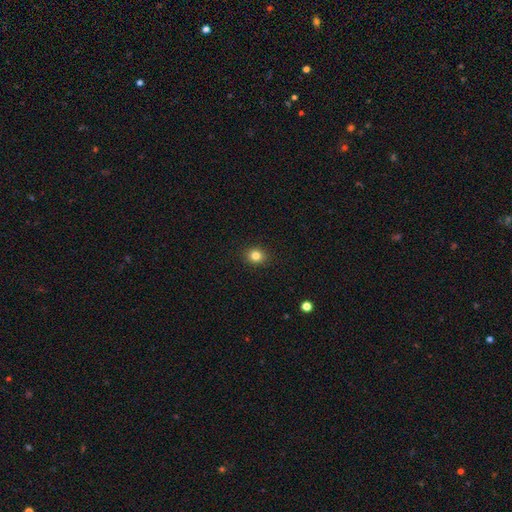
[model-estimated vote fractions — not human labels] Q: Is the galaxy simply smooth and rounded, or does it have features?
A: smooth — 82%.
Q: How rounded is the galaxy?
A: round — 75%.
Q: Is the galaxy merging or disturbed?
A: none — 92%.